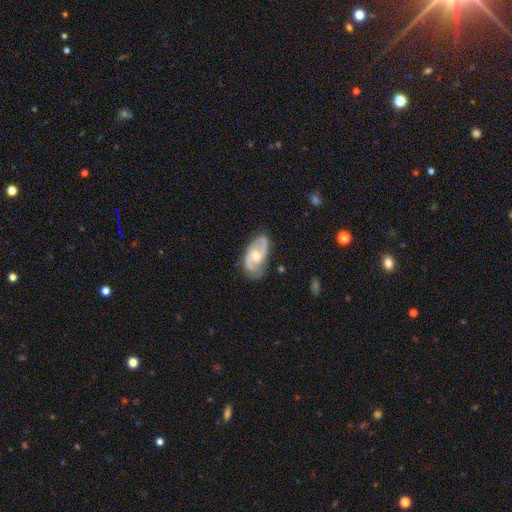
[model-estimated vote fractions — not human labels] Overall: featured or disk (85%). Edge-on disk: no (97%). Bar: weak (49%; no 42%). Spiral arms: yes (96%). Spiral arm count: 2 (88%). Spiral winding: medium (55%; tight 25%). Bulge size: moderate (54%; small 40%). Merging: none (76%).